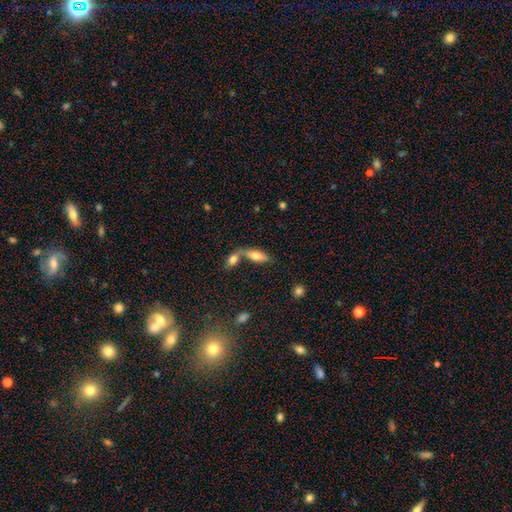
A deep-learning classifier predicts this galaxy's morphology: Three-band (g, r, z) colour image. It shows a smooth galaxy with no disk features (65%) that is in between round and cigar-shaped (69%). Merging: merger (56%).